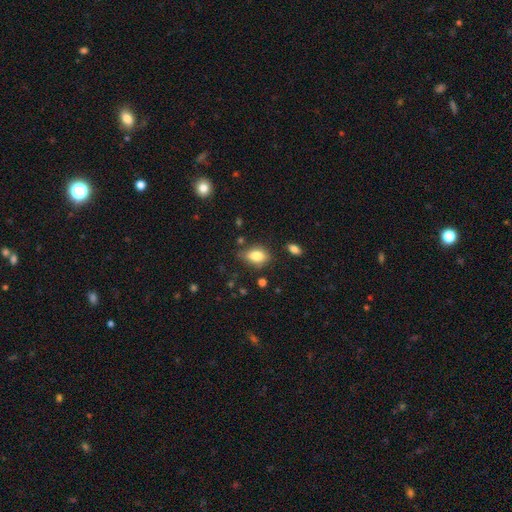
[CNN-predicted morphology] type=smooth (80%); roundness=in between (83%); merging=none (65%).